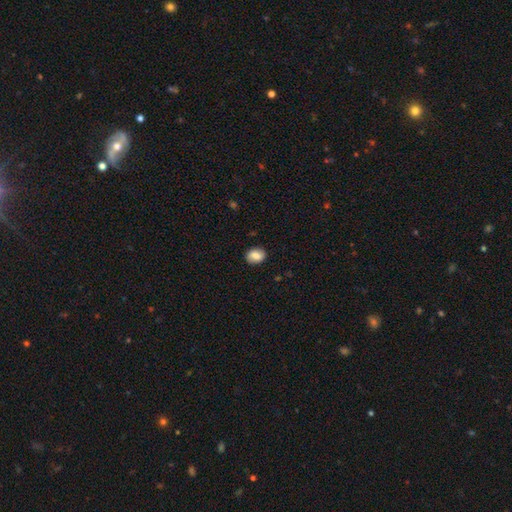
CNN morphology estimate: smooth_or_featured: smooth (p=0.81) [alt: featured or disk p=0.11]
how_rounded: in between (p=0.58) [alt: round p=0.40]
merging: none (p=0.86) [alt: minor disturbance p=0.10]